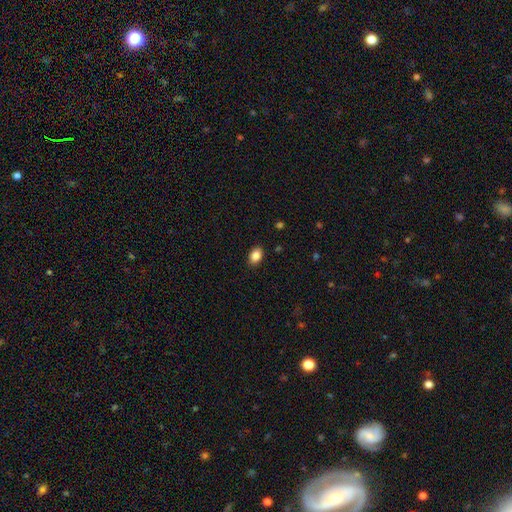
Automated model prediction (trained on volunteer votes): A smooth galaxy with no disk features (86%) that is in between round and cigar-shaped (84%).

Vote fractions:
- Smooth or featured? smooth: 86% / star or artifact: 8% / featured or disk: 6%
- How rounded? in between: 84% / round: 15% / cigar-shaped: 1%
- Merging? none: 88% / minor disturbance: 9% / major disturbance: 2% / merger: 1%